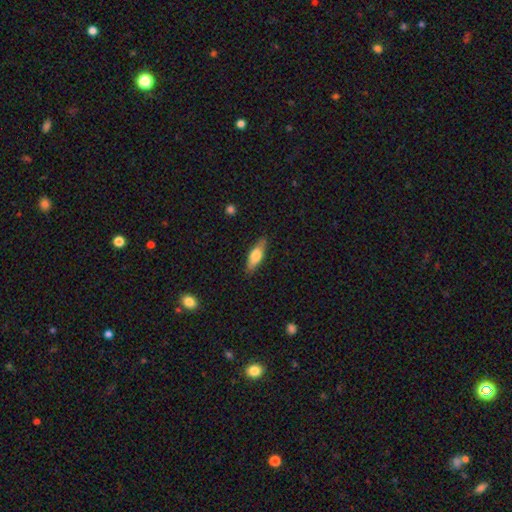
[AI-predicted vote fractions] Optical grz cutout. It shows a smooth galaxy with no disk features (63%) that is in between round and cigar-shaped (54%). Merging: none (85%).